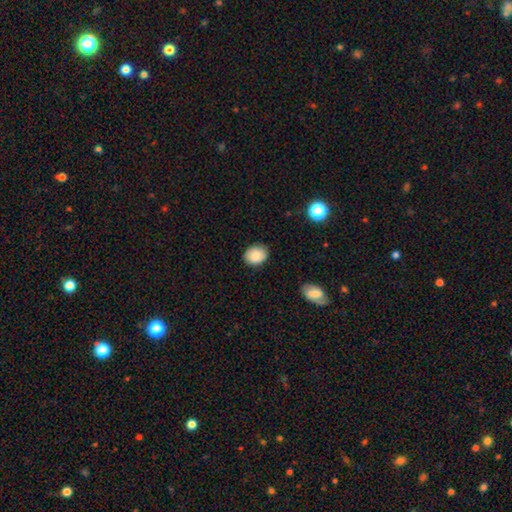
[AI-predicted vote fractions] Smooth or featured? smooth (85%)
How rounded? in between (52%)
Merging? none (84%)